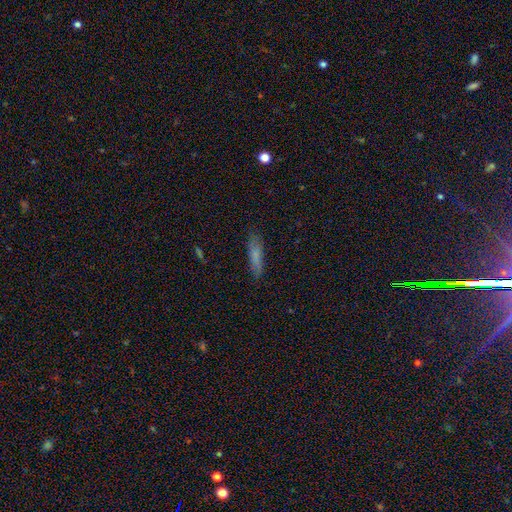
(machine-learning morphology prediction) Smooth or featured?
  - smooth: 75% *
  - featured or disk: 17%
  - star or artifact: 8%
How rounded?
  - cigar-shaped: 77% *
  - in between: 21%
  - round: 2%
Merging?
  - none: 81% *
  - minor disturbance: 15%
  - major disturbance: 3%
  - merger: 1%